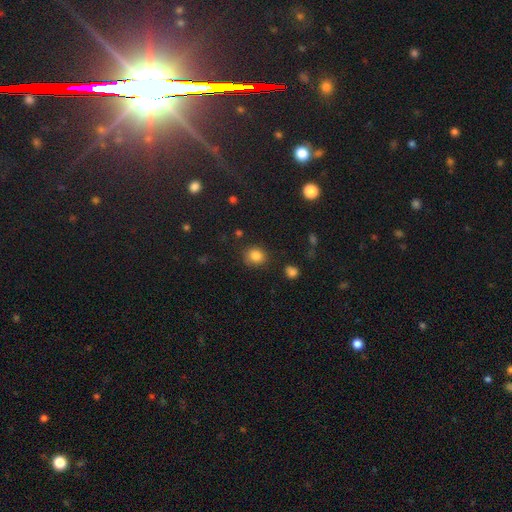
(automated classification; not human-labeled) The model was most divided on "how rounded": round: 74%, in between: 25%, cigar-shaped: 1%. More confident: smooth or featured — smooth (84%); merging — none (82%).